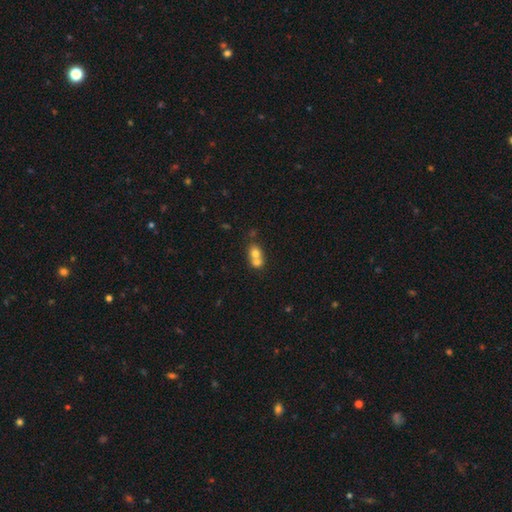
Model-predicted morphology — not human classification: smooth_or_featured: smooth (p=0.70) [alt: featured or disk p=0.19]
how_rounded: round (p=0.63) [alt: in between p=0.36]
merging: merger (p=0.70) [alt: none p=0.22]